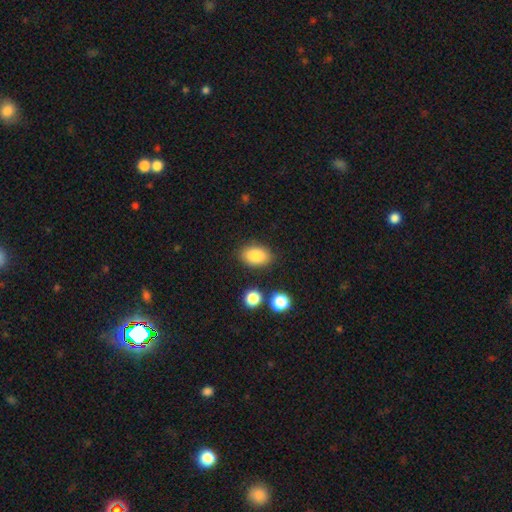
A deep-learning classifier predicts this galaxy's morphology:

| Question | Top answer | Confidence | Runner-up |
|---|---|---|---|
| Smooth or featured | smooth | 86% | star or artifact (8%) |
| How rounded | in between | 88% | round (11%) |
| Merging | none | 83% | minor disturbance (11%) |